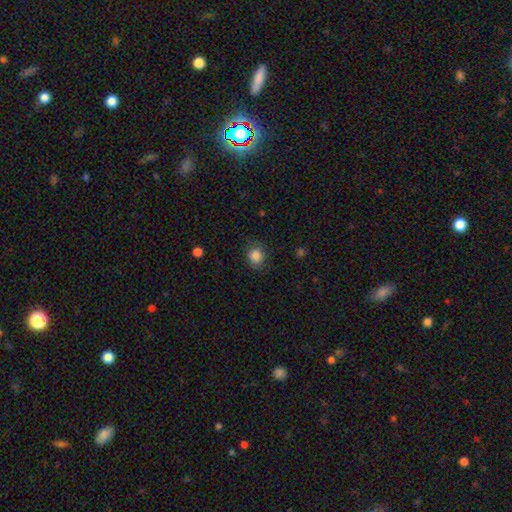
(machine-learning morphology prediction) The model was most divided on "how rounded": round: 74%, in between: 25%, cigar-shaped: 1%. More confident: smooth or featured — smooth (85%); merging — none (81%).